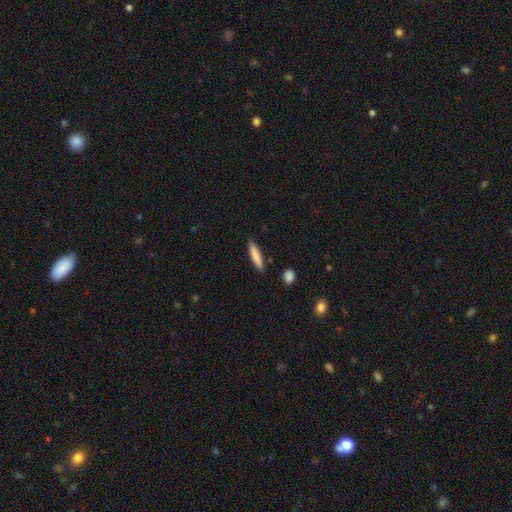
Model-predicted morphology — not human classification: Smooth or featured: smooth — 80% (featured or disk — 14%)
How rounded: cigar-shaped — 87% (in between — 11%)
Merging: none — 88% (minor disturbance — 8%)